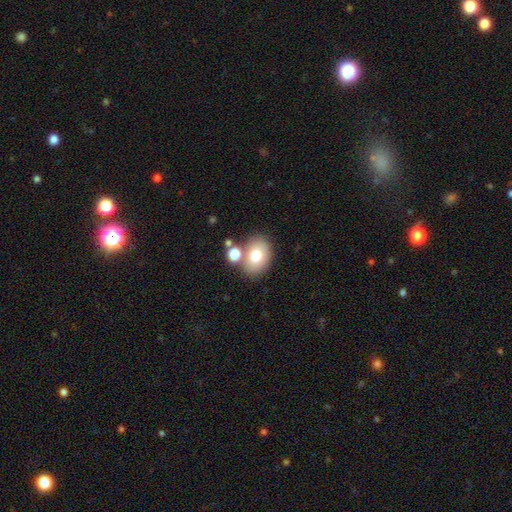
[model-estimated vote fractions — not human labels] smooth 73%, featured or disk 17%, star or artifact 10%. Down the decision tree: how rounded — in between (66%); merging — none (66%).